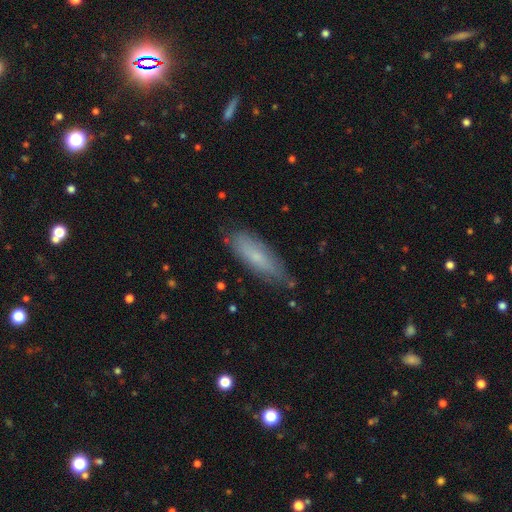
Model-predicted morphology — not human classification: A smooth galaxy with no disk features (65%) that is cigar-shaped (51%).

Vote fractions:
- Smooth or featured? smooth: 65% / featured or disk: 28% / star or artifact: 7%
- How rounded? cigar-shaped: 51% / in between: 47% / round: 2%
- Merging? none: 77% / minor disturbance: 18% / major disturbance: 3% / merger: 2%